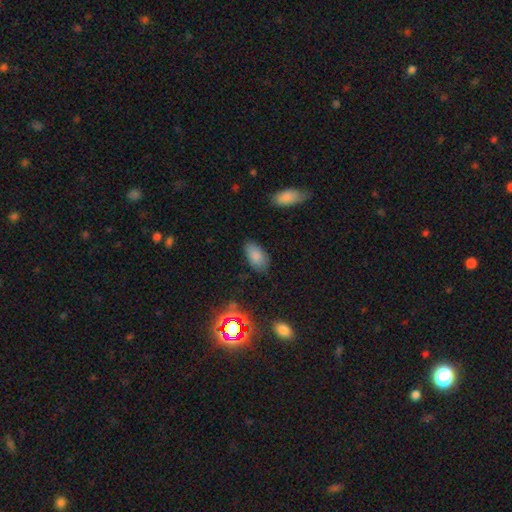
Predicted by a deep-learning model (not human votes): smooth_or_featured: smooth (p=0.82) [alt: star or artifact p=0.11]
how_rounded: in between (p=0.94) [alt: round p=0.04]
merging: none (p=0.78) [alt: minor disturbance p=0.16]